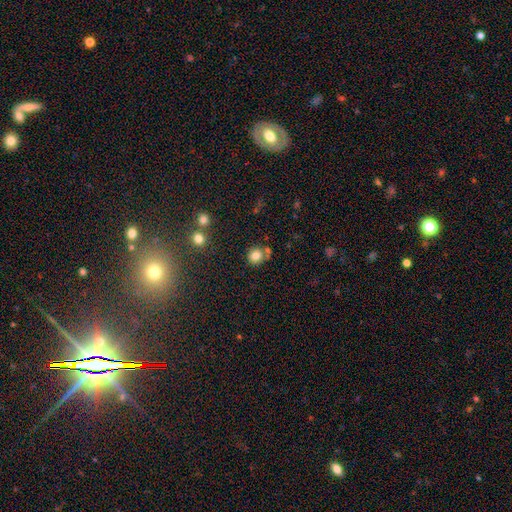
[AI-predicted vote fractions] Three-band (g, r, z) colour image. It shows a smooth galaxy with no disk features (81%) that is round (86%). Merging: none (72%).